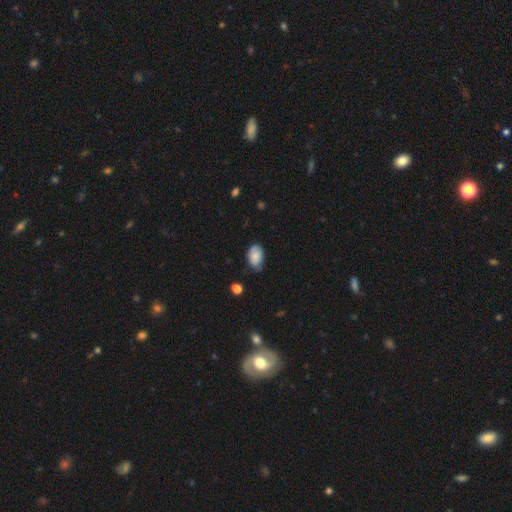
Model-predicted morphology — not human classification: Smooth or featured? smooth (78%)
How rounded? in between (89%)
Merging? none (55%)